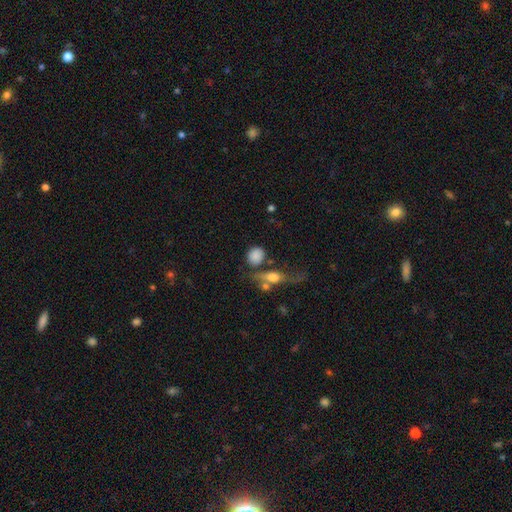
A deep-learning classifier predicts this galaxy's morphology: Smooth or featured? Predicted: smooth (p=0.82). How rounded? Predicted: round (p=0.71). Merging? Predicted: none (p=0.55).